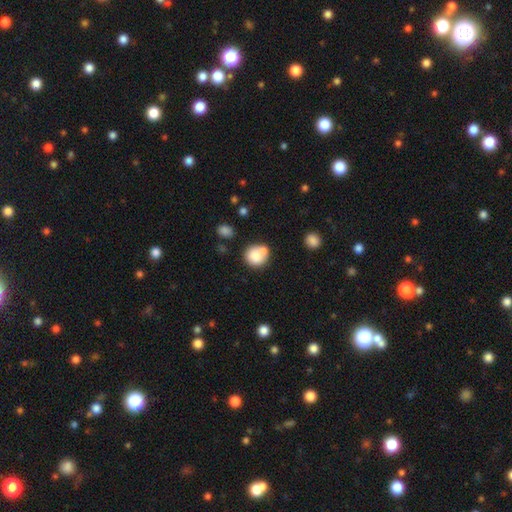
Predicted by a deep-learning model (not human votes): The model was most divided on "merging": none: 52%, merger: 33%, minor disturbance: 11%, major disturbance: 4%. More confident: how rounded — round (88%); smooth or featured — smooth (79%).